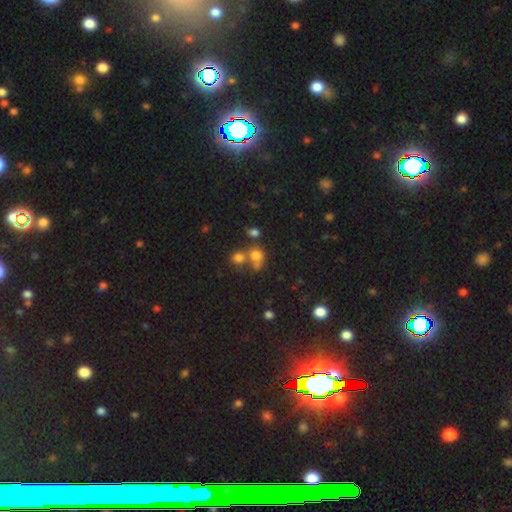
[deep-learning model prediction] This is likely a smooth galaxy (69%). How rounded: likely round (73%). Merging: marginally merger (42%).